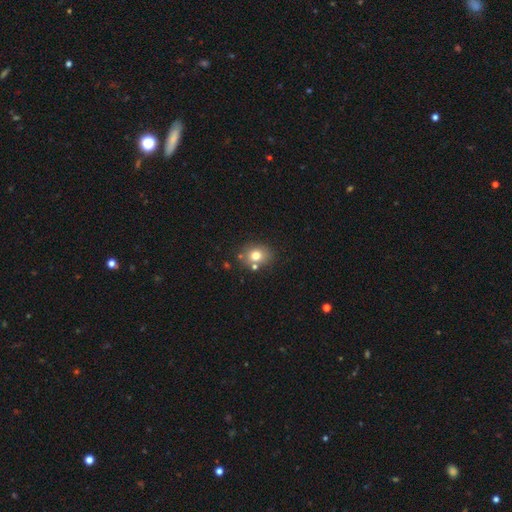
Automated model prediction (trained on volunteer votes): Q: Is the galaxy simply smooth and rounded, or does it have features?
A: smooth — 75%.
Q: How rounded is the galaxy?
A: round — 60%.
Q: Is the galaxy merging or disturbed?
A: none — 73%.